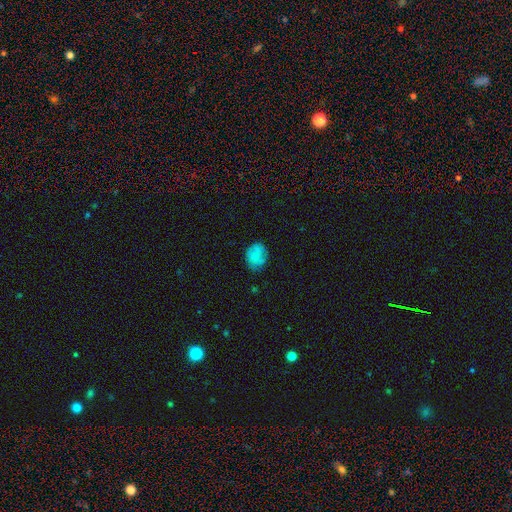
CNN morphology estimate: type=smooth (71%); roundness=round (54%); merging=none (68%).